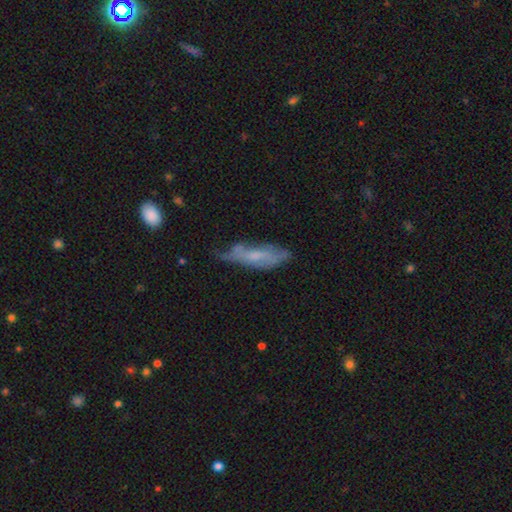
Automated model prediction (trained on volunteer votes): smooth-or-featured: featured or disk: 47% | smooth: 45% | star or artifact: 8%
  merging: none: 44% | minor disturbance: 34% | major disturbance: 17% | merger: 5%